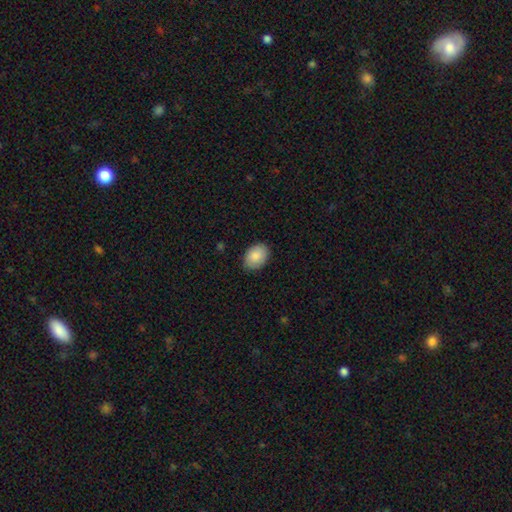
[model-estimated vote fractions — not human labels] Smooth or featured? Predicted: smooth (p=0.88). How rounded? Predicted: in between (p=0.82). Merging? Predicted: none (p=0.84).